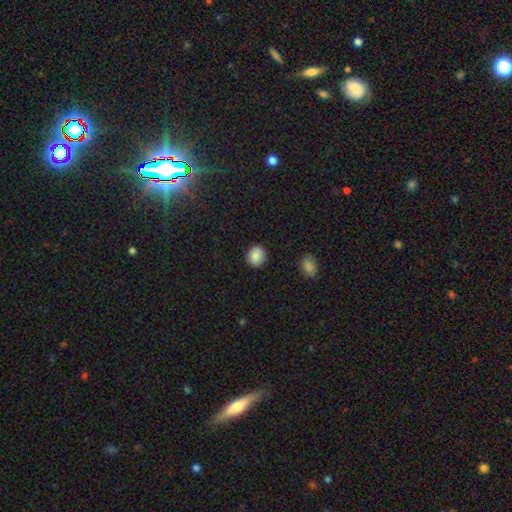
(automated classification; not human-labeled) Smooth or featured?
  - smooth: 86% *
  - star or artifact: 8%
  - featured or disk: 6%
How rounded?
  - round: 78% *
  - in between: 21%
  - cigar-shaped: 1%
Merging?
  - none: 90% *
  - minor disturbance: 7%
  - major disturbance: 2%
  - merger: 1%